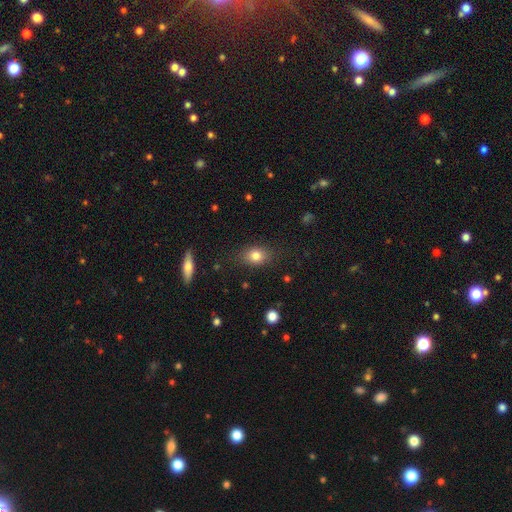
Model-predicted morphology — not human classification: smooth_or_featured: smooth (p=0.80) [alt: star or artifact p=0.10]
how_rounded: in between (p=0.66) [alt: round p=0.31]
merging: none (p=0.82) [alt: minor disturbance p=0.12]